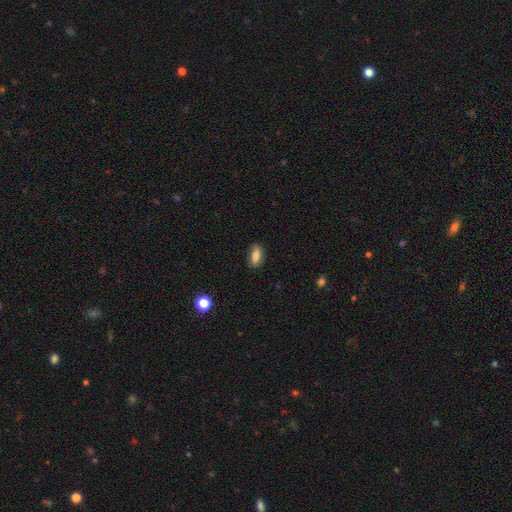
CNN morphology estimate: This is likely a smooth galaxy (80%). How rounded: likely in between (74%). Merging: clearly none (85%).